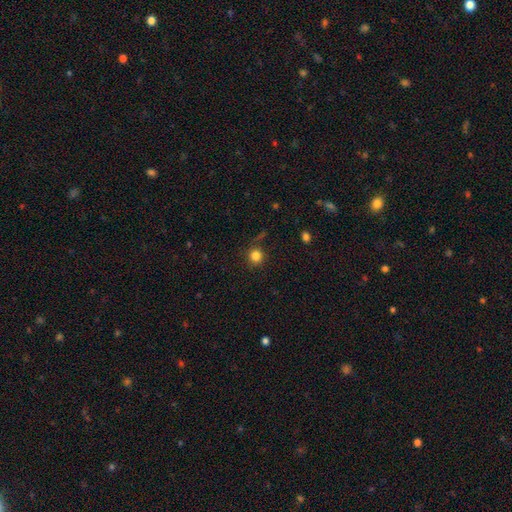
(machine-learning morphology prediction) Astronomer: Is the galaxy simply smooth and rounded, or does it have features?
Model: smooth — 82%.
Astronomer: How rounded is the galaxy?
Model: round — 92%.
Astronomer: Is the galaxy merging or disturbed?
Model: none — 82%.